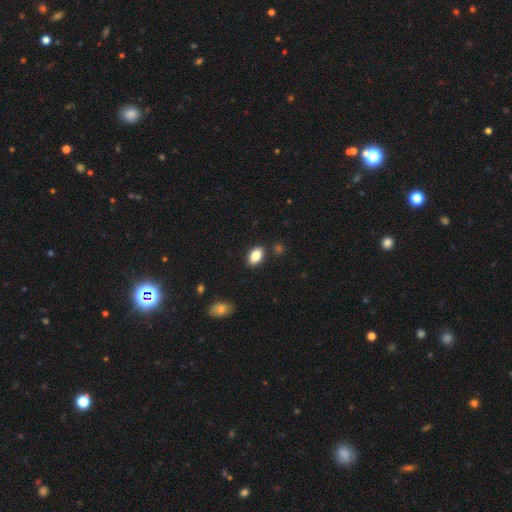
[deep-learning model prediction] smooth 83%, featured or disk 9%, star or artifact 8%. Down the decision tree: how rounded — in between (89%); merging — none (86%).